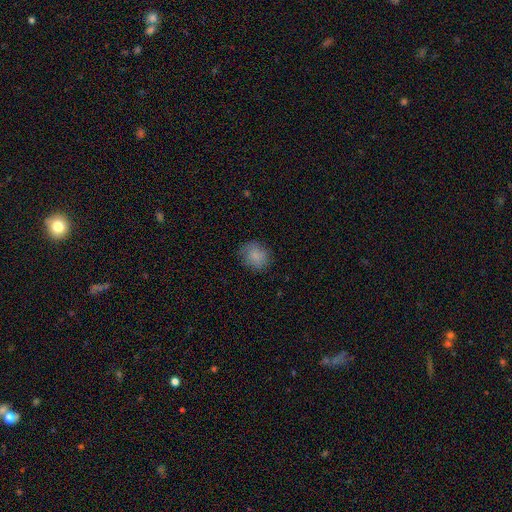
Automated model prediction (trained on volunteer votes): This appears to be a smooth galaxy with no disk features (84%) that is round (72%). Merging: none (81%).